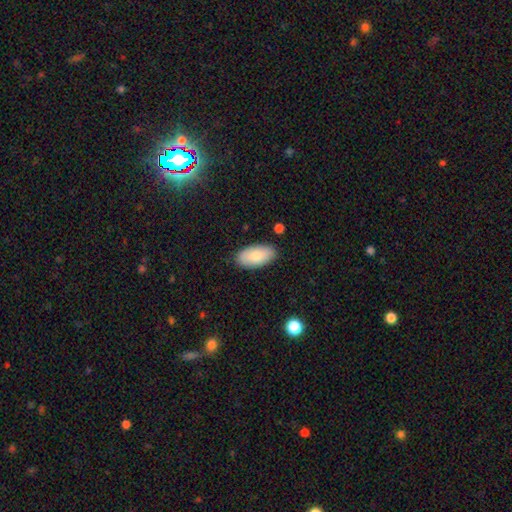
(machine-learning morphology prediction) This appears to be a smooth galaxy with no disk features (79%) that is in between round and cigar-shaped (95%). Merging: none (86%).